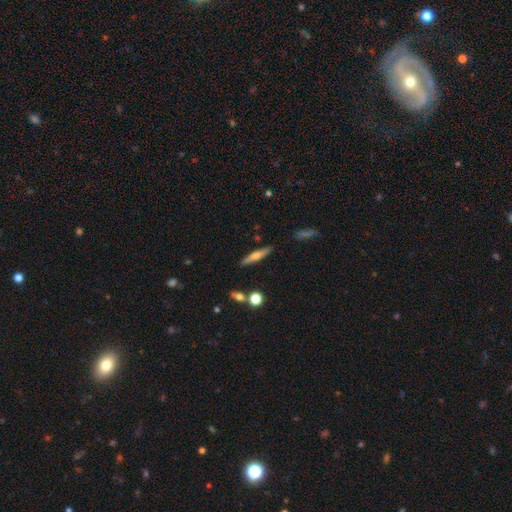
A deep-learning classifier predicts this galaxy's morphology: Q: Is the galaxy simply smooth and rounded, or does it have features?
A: featured or disk — 47%.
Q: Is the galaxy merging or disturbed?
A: none — 86%.